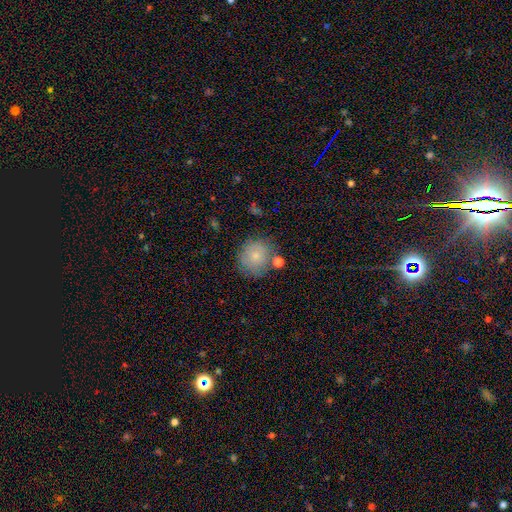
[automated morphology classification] Smooth or featured?
  - smooth: 80% *
  - featured or disk: 11%
  - star or artifact: 9%
How rounded?
  - round: 87% *
  - in between: 12%
  - cigar-shaped: 1%
Merging?
  - none: 75% *
  - minor disturbance: 14%
  - merger: 7%
  - major disturbance: 4%